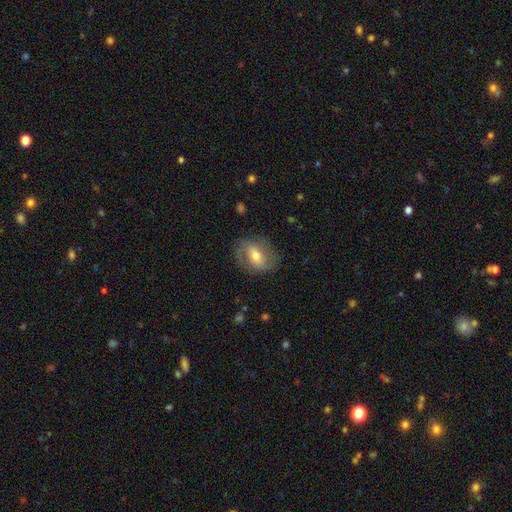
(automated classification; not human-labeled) This is likely a featured or disk galaxy (61%). It is clearly not viewed edge-on (95%). Bar: marginally weak (44%). Spiral arm pattern: likely yes (79%). Central bulge: likely moderate (67%). Merging: likely none (73%).